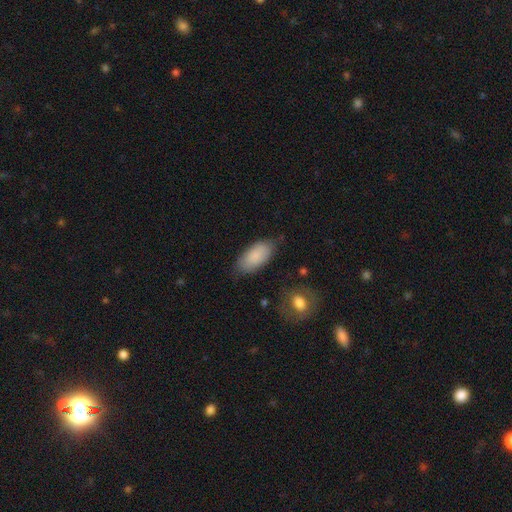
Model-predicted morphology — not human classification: smooth-or-featured: smooth: 87% | featured or disk: 7% | star or artifact: 6%
  how-rounded: in between: 91% | cigar-shaped: 7% | round: 2%
  merging: none: 75% | minor disturbance: 18% | major disturbance: 4% | merger: 3%